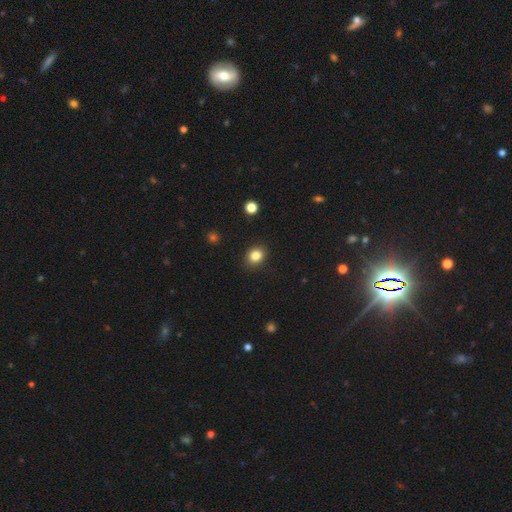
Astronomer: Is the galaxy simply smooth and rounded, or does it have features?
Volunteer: smooth — 85%.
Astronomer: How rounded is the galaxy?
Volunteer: round — 53% (runner-up: in between, 47%).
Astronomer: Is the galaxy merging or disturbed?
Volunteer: none — 95%.